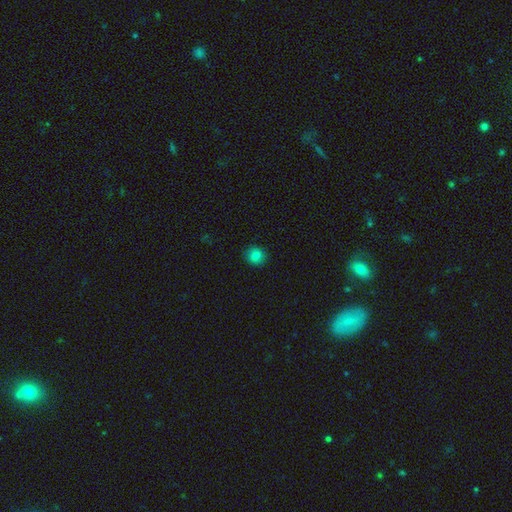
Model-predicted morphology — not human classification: This is clearly a smooth galaxy (82%). How rounded: clearly round (86%). Merging: clearly none (91%).